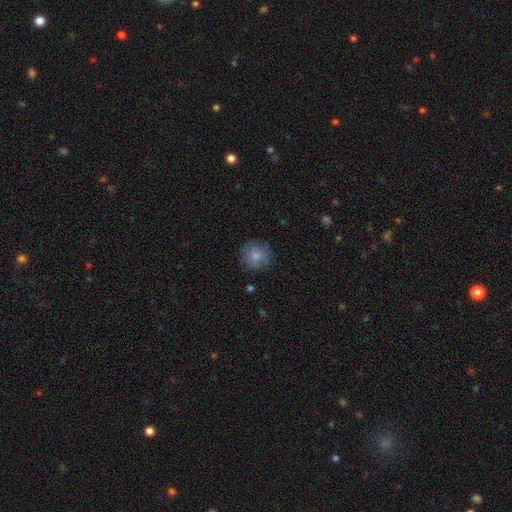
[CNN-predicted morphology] Smooth or featured? Predicted: smooth (p=0.81). How rounded? Predicted: round (p=0.92). Merging? Predicted: none (p=0.84).